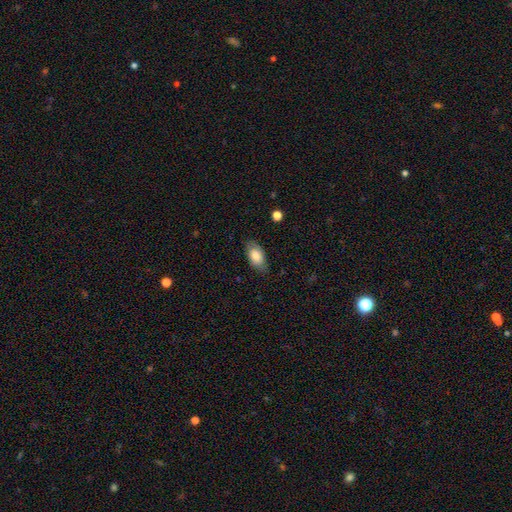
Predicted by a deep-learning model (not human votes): A smooth galaxy with no disk features (78%) that is in between round and cigar-shaped (93%). Merging: none (77%).